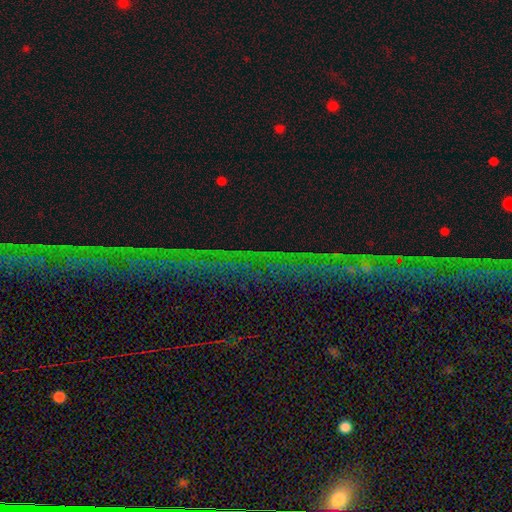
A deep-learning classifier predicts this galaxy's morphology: The model was most divided on "smooth or featured": star or artifact: 79%, featured or disk: 12%, smooth: 9%.